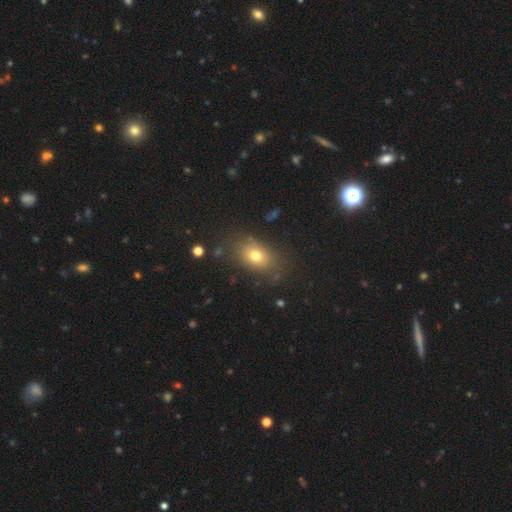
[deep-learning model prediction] smooth_or_featured: smooth (p=0.74) [alt: featured or disk p=0.14]
how_rounded: in between (p=0.75) [alt: round p=0.23]
merging: none (p=0.78) [alt: minor disturbance p=0.14]